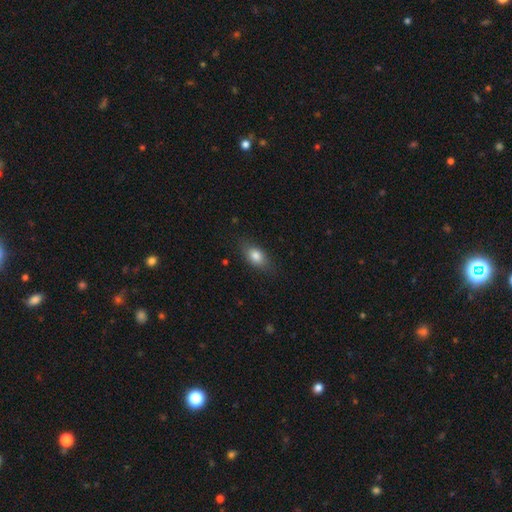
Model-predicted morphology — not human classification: smooth-or-featured: smooth: 81% | featured or disk: 11% | star or artifact: 8%
  how-rounded: in between: 84% | round: 10% | cigar-shaped: 6%
  merging: none: 79% | minor disturbance: 16% | major disturbance: 4% | merger: 1%